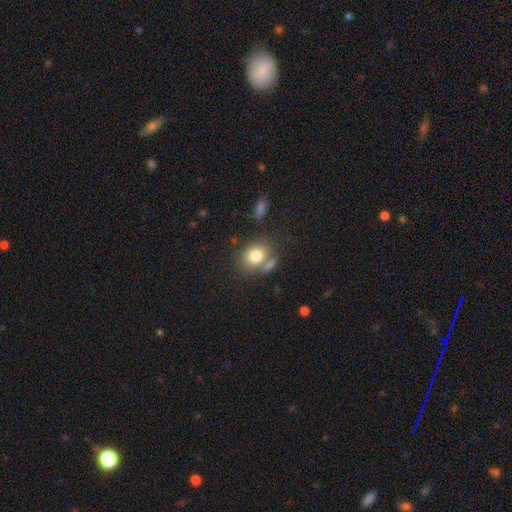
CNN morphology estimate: Smooth or featured? Predicted: smooth (p=0.79). How rounded? Predicted: round (p=0.51). Merging? Predicted: none (p=0.56).